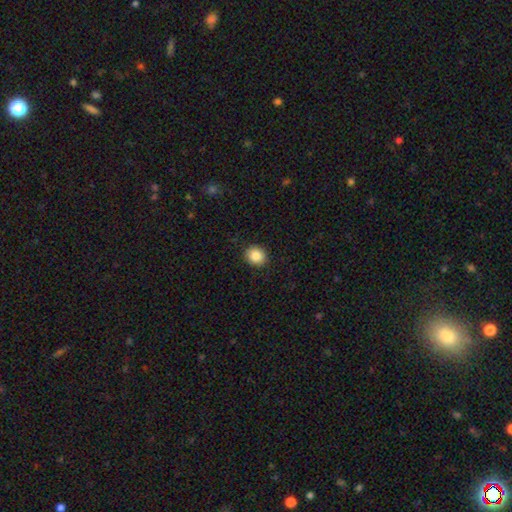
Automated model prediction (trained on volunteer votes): A smooth galaxy with no disk features (87%) that is round (74%).

Vote fractions:
- Smooth or featured? smooth: 87% / star or artifact: 9% / featured or disk: 4%
- How rounded? round: 74% / in between: 25% / cigar-shaped: 1%
- Merging? none: 90% / minor disturbance: 7% / major disturbance: 2% / merger: 1%